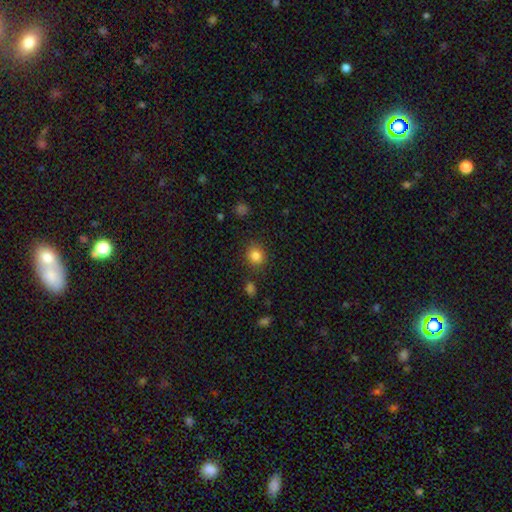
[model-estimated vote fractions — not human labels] Overall: smooth (84%). How rounded: round (85%). Merging: none (86%).